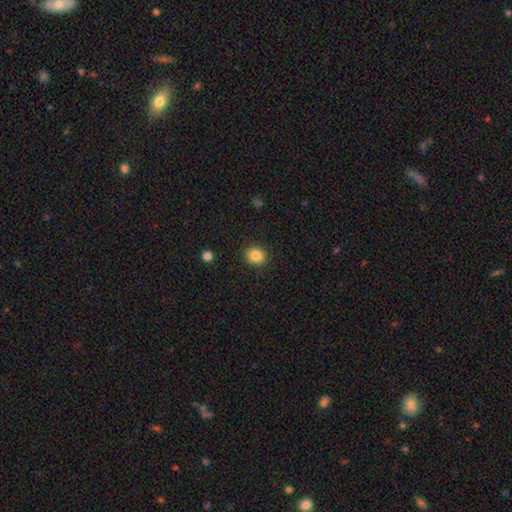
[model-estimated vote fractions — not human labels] smooth-or-featured: smooth: 85% | star or artifact: 10% | featured or disk: 6%
  how-rounded: round: 72% | in between: 27% | cigar-shaped: 1%
  merging: none: 89% | minor disturbance: 7% | major disturbance: 2% | merger: 1%